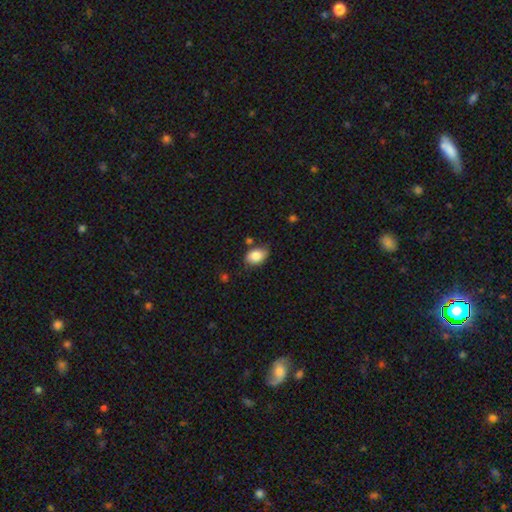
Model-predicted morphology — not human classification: A smooth galaxy with no disk features (82%) that is in between round and cigar-shaped (82%). Merging: none (67%).